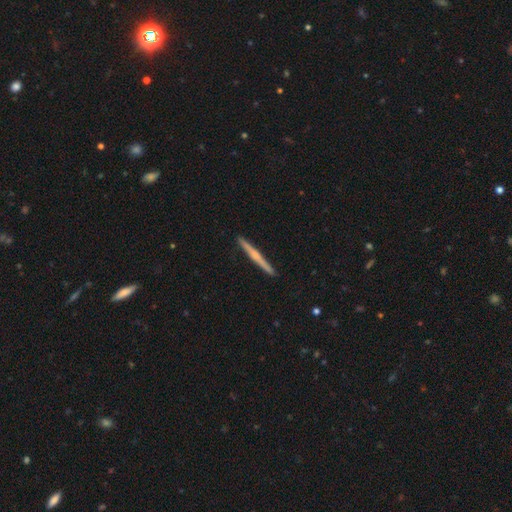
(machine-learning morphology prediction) smooth_or_featured: featured or disk (p=0.59) [alt: smooth p=0.35]
disk_edge_on: yes (p=0.98) [alt: no p=0.02]
edge_on_bulge: none (p=0.46) [alt: rounded p=0.44]
merging: none (p=0.93) [alt: minor disturbance p=0.05]